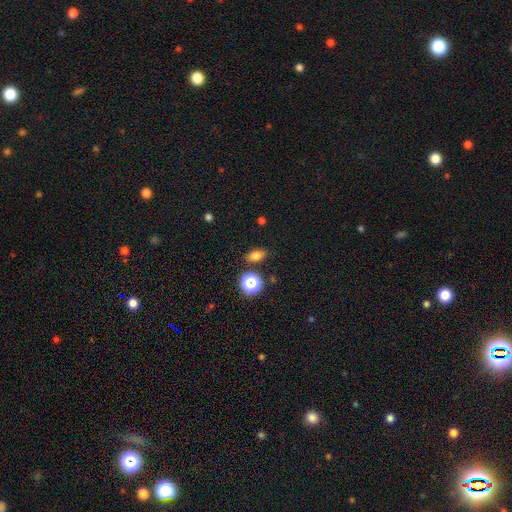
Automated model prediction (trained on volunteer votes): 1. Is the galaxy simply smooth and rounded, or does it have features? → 74% smooth, 16% star or artifact, 10% featured or disk.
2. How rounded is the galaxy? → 78% in between, 18% round, 4% cigar-shaped.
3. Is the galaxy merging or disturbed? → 84% none, 11% minor disturbance, 3% merger, 3% major disturbance.